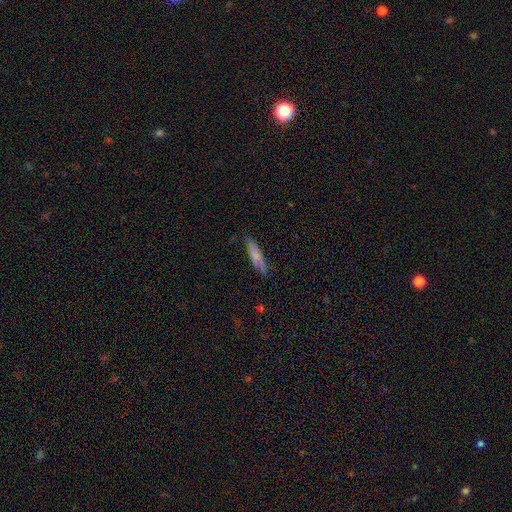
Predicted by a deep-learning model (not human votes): Smooth or featured? smooth (74%)
How rounded? cigar-shaped (78%)
Merging? none (82%)